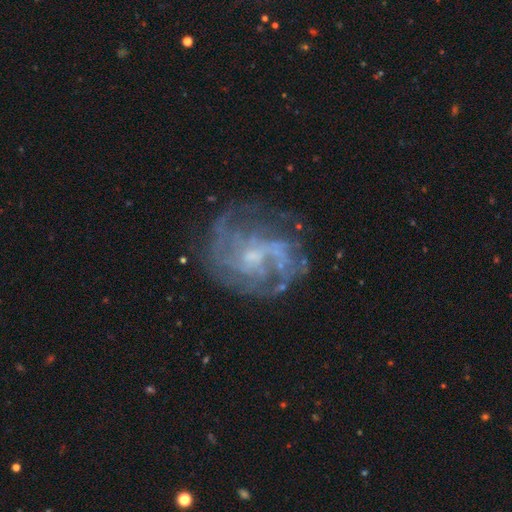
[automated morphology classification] Smooth or featured?
  - featured or disk: 81% *
  - star or artifact: 10%
  - smooth: 9%
Edge-on disk?
  - no: 98% *
  - yes: 2%
Bar?
  - no: 58% *
  - weak: 36%
  - strong: 6%
Spiral arms?
  - yes: 85% *
  - no: 15%
Spiral winding?
  - medium: 42% *
  - tight: 39%
  - loose: 20%
Spiral arm count?
  - can't tell: 39% *
  - 2: 19%
  - 3: 17%
  - 4: 12%
  - more than 4: 7%
  - 1: 6%
Bulge size?
  - small: 60% *
  - moderate: 24%
  - none: 13%
  - large: 2%
  - dominant: 1%
Merging?
  - none: 65% *
  - minor disturbance: 18%
  - major disturbance: 15%
  - merger: 2%